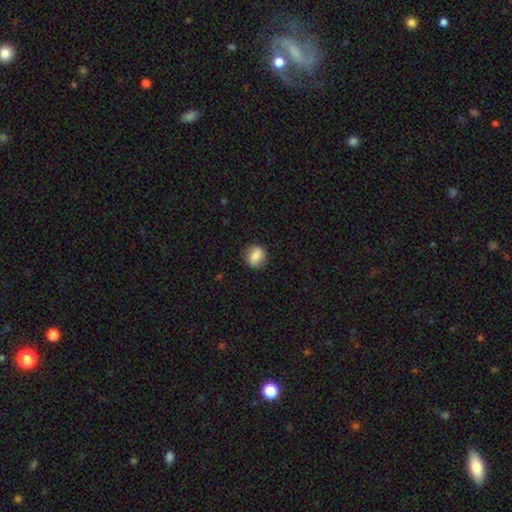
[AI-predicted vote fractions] Smooth or featured? smooth (77%)
How rounded? round (66%)
Merging? none (81%)